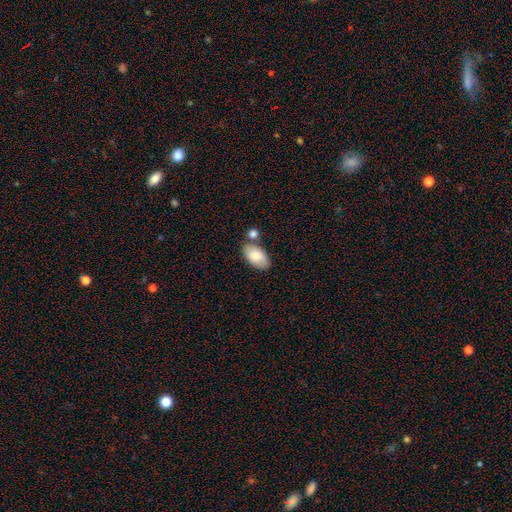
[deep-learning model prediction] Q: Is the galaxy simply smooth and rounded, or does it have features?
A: smooth — 79%.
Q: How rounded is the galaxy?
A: in between — 95%.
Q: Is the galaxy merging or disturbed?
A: none — 66%.